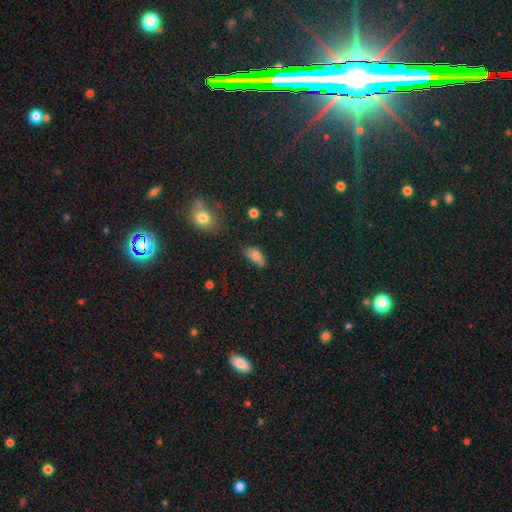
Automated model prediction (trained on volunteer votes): Overall: smooth (75%). How rounded: in between (88%). Merging: none (54%; minor disturbance 31%).